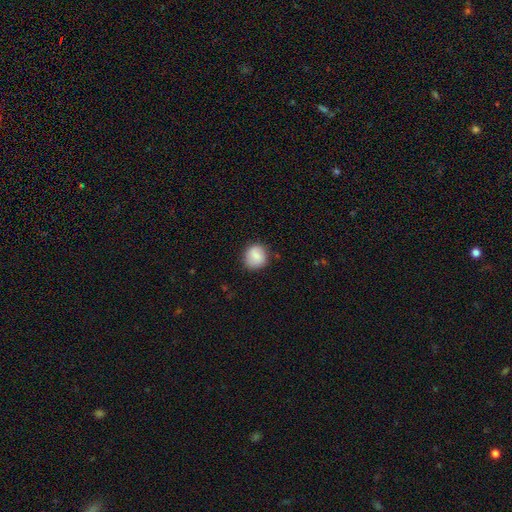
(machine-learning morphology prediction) Overall: smooth (83%). How rounded: round (84%). Merging: none (82%).